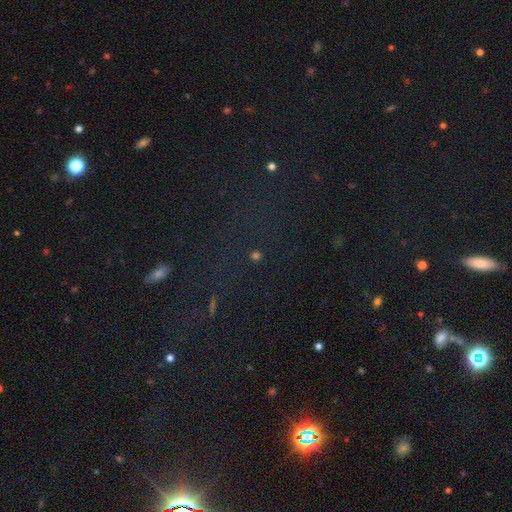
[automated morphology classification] smooth-or-featured: star or artifact: 55% | smooth: 37% | featured or disk: 8%